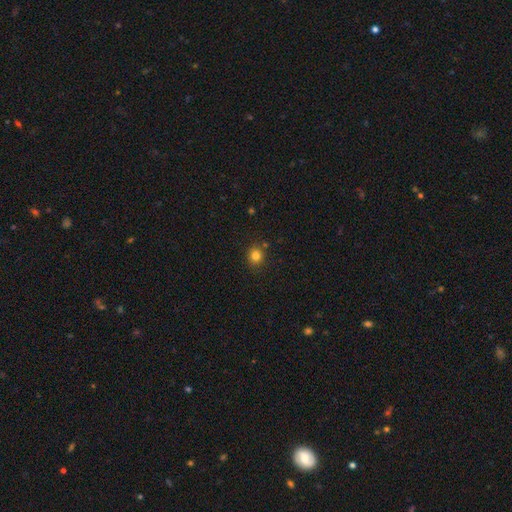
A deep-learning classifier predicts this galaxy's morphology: Smooth or featured?
  - smooth: 81% *
  - star or artifact: 13%
  - featured or disk: 5%
How rounded?
  - round: 82% *
  - in between: 17%
  - cigar-shaped: 1%
Merging?
  - none: 84% *
  - minor disturbance: 9%
  - merger: 4%
  - major disturbance: 2%